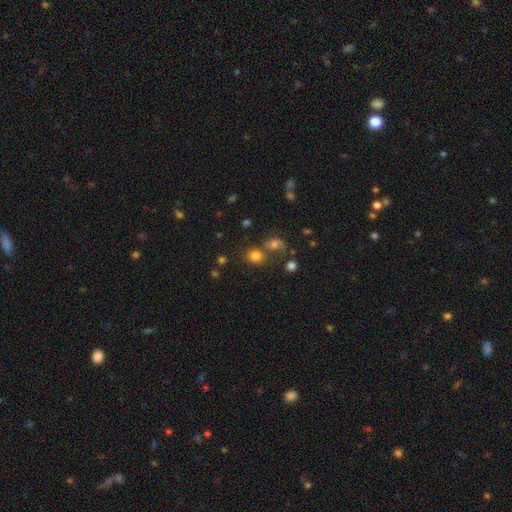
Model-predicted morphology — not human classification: smooth_or_featured: smooth (p=0.77) [alt: star or artifact p=0.14]
how_rounded: round (p=0.78) [alt: in between p=0.21]
merging: none (p=0.60) [alt: merger p=0.25]